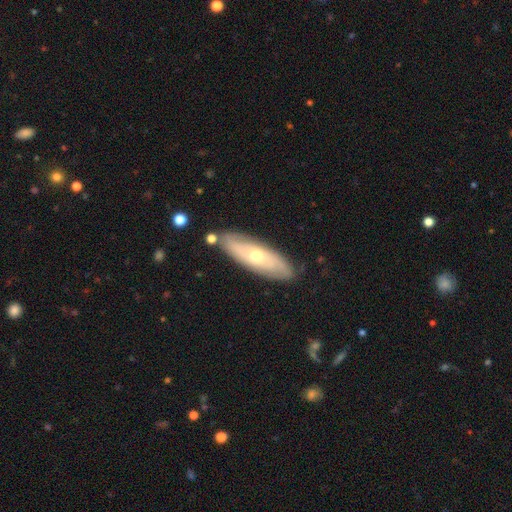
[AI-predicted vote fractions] Morphology: type=featured or disk (59%); edge-on=no (69%); merging=none (82%).